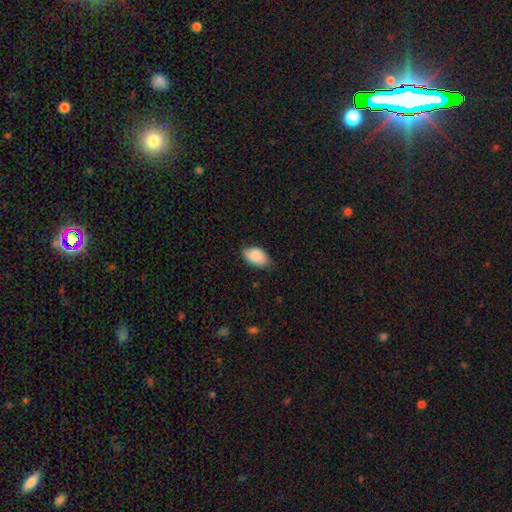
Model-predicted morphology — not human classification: Q: Smooth or featured?
A: smooth (89%); runner-up: star or artifact (6%)
Q: How rounded?
A: in between (93%); runner-up: round (5%)
Q: Merging?
A: none (77%); runner-up: minor disturbance (19%)